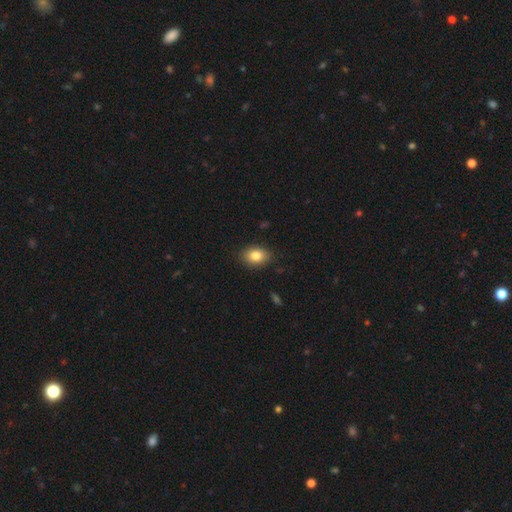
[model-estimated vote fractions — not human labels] smooth_or_featured: smooth (p=0.83) [alt: star or artifact p=0.09]
how_rounded: in between (p=0.74) [alt: round p=0.25]
merging: none (p=0.87) [alt: minor disturbance p=0.10]